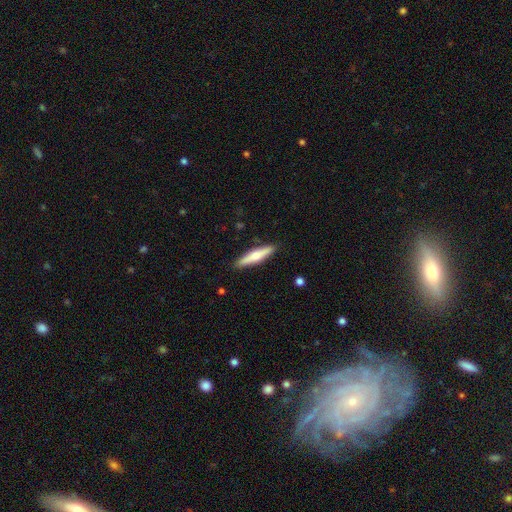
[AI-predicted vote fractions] A smooth galaxy with no disk features (48%). Merging: none (89%).